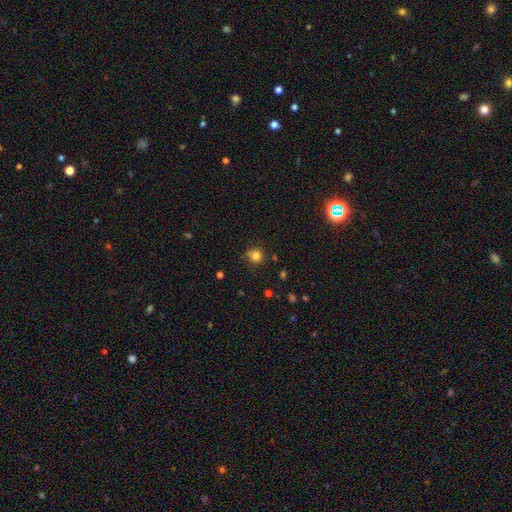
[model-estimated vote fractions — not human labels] smooth_or_featured: smooth (p=0.80) [alt: star or artifact p=0.15]
how_rounded: round (p=0.89) [alt: in between p=0.11]
merging: none (p=0.77) [alt: minor disturbance p=0.15]